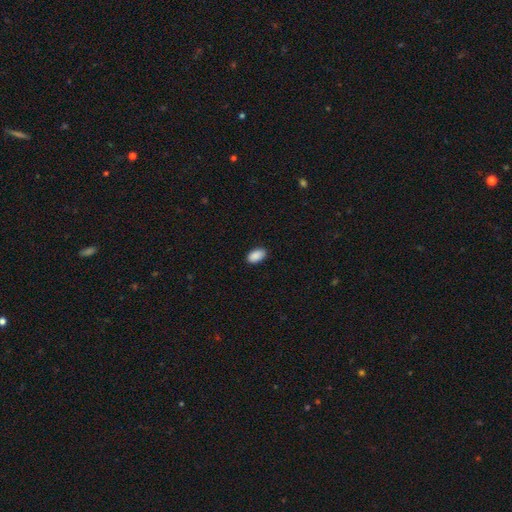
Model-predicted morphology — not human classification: smooth-or-featured: smooth: 90% | star or artifact: 7% | featured or disk: 3%
  how-rounded: in between: 94% | round: 4% | cigar-shaped: 2%
  merging: none: 88% | minor disturbance: 10% | major disturbance: 2% | merger: 1%